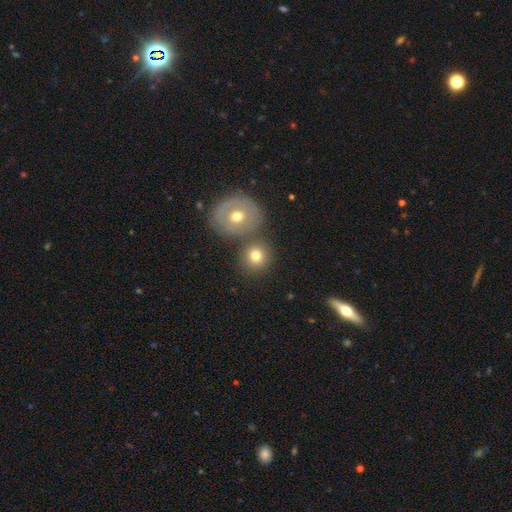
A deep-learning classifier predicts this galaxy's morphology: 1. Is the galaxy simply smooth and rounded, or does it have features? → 73% smooth, 17% featured or disk, 10% star or artifact.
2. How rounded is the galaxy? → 85% round, 14% in between, 1% cigar-shaped.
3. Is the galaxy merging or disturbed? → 59% none, 29% merger, 9% minor disturbance, 4% major disturbance.